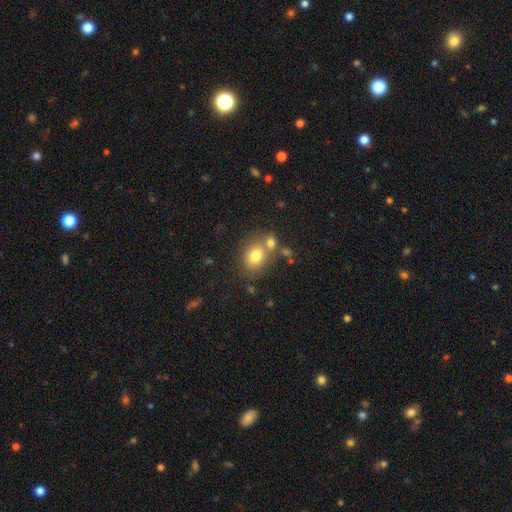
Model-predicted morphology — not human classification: Smooth or featured? Predicted: smooth (p=0.78). How rounded? Predicted: in between (p=0.59). Merging? Predicted: none (p=0.54).